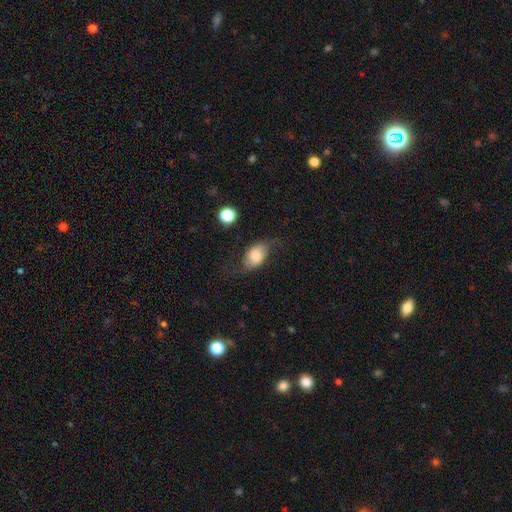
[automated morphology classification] This is likely a smooth galaxy (66%). How rounded: clearly in between (84%). Merging: possibly none (59%).